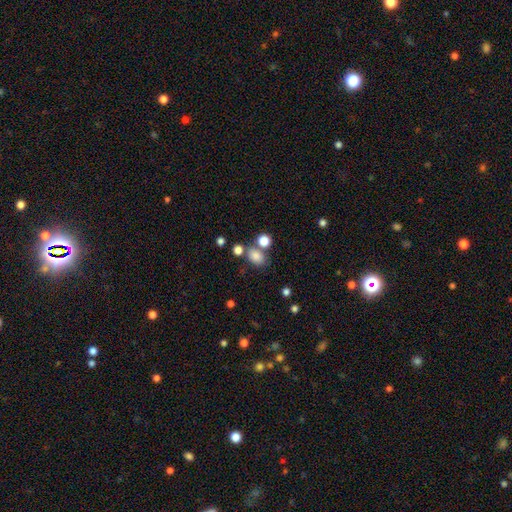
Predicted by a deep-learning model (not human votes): A smooth galaxy with no disk features (81%) that is in between round and cigar-shaped (69%). Merging: none (63%).